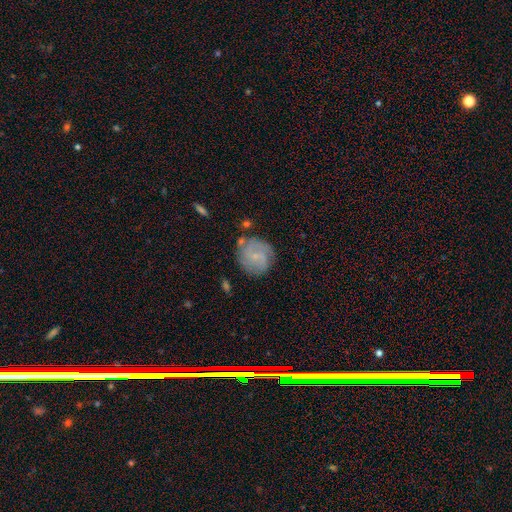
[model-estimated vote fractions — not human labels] Overall: featured or disk (53%; smooth 39%). Edge-on disk: no (97%). Bar: no (61%; weak 34%). Spiral arms: yes (85%). Bulge size: small (71%). Merging: none (72%).